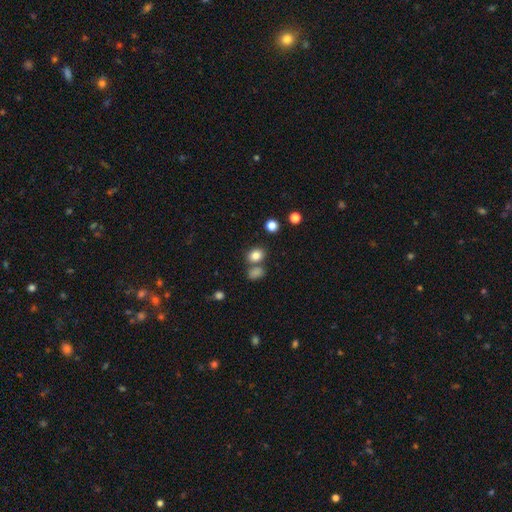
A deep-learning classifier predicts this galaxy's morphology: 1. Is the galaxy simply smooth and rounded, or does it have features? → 82% smooth, 12% star or artifact, 6% featured or disk.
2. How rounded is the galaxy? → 51% in between, 48% round, 1% cigar-shaped.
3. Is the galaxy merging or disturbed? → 66% none, 19% merger, 11% minor disturbance, 4% major disturbance.